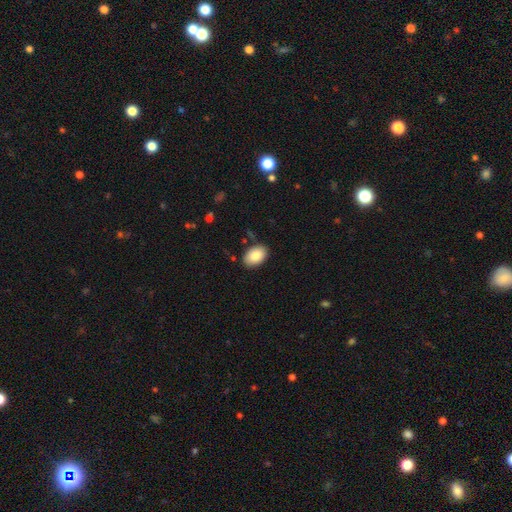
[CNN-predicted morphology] smooth_or_featured: smooth (p=0.84) [alt: featured or disk p=0.09]
how_rounded: in between (p=0.89) [alt: round p=0.10]
merging: none (p=0.87) [alt: minor disturbance p=0.10]